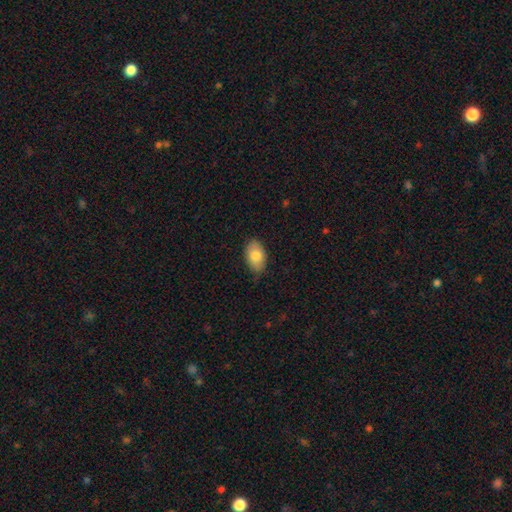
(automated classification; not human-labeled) The model was most divided on "merging": none: 77%, minor disturbance: 19%, major disturbance: 3%, merger: 1%. More confident: how rounded — in between (92%); smooth or featured — smooth (82%).